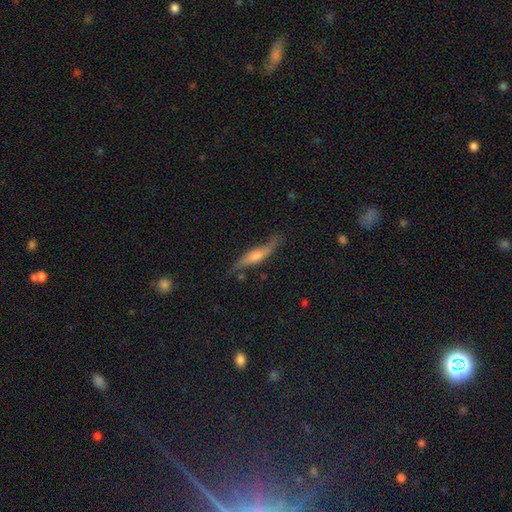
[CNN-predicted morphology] A featured or disk galaxy (66%) viewed edge-on (76%) with a rounded central bulge (78%). Merging: none (71%).